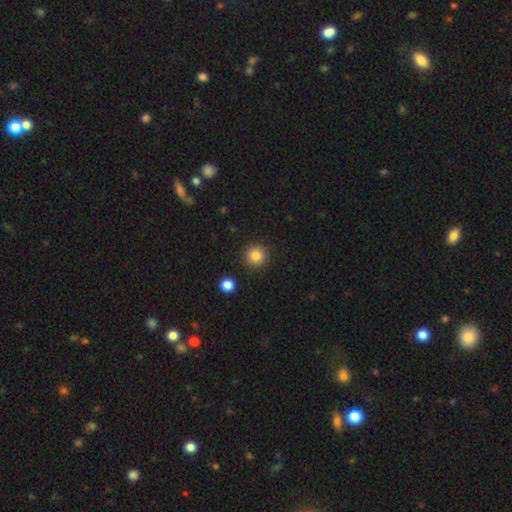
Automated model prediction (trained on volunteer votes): This is clearly a smooth galaxy (84%). How rounded: clearly round (95%). Merging: clearly none (91%).